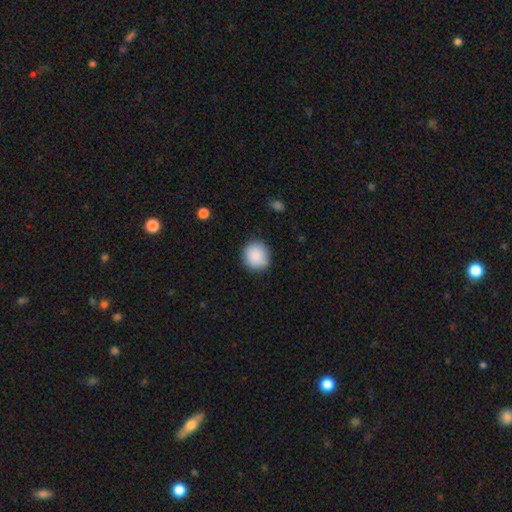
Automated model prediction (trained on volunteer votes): smooth 89%, star or artifact 7%, featured or disk 4%. Down the decision tree: how rounded — round (88%); merging — none (85%).